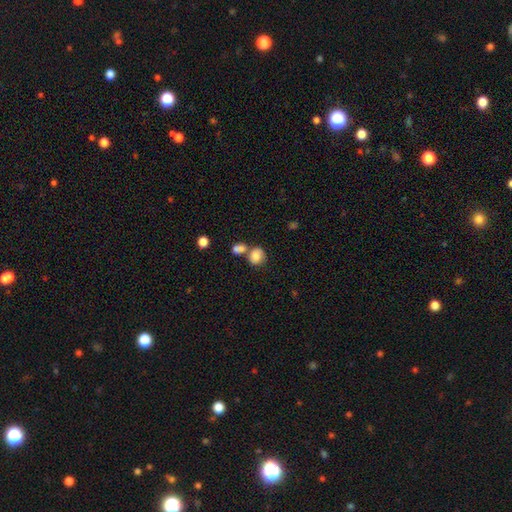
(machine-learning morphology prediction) A smooth galaxy with no disk features (80%) that is round (71%). Merging: merger (44%).